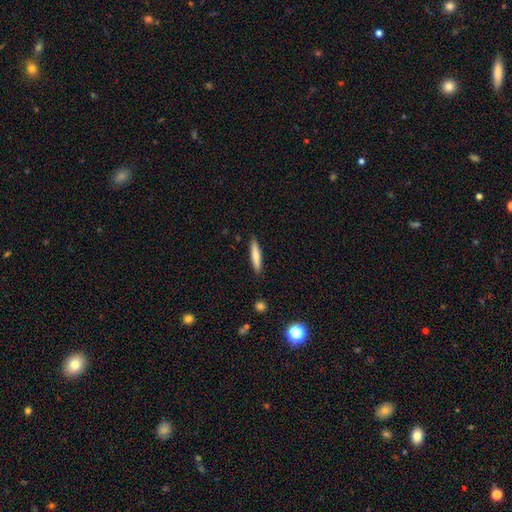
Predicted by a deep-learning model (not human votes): This is likely a smooth galaxy (73%). How rounded: clearly cigar-shaped (89%). Merging: clearly none (89%).